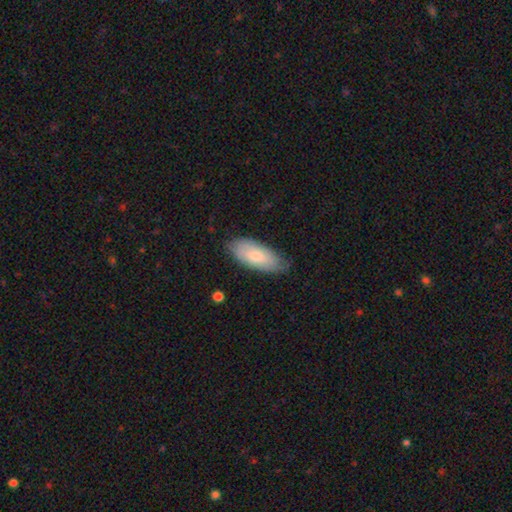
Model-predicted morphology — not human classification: This is likely a smooth galaxy (74%). How rounded: clearly in between (85%). Merging: likely none (74%).